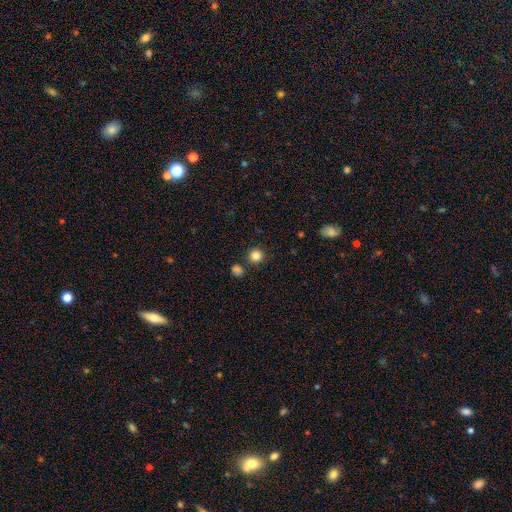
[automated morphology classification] This is clearly a smooth galaxy (83%). How rounded: clearly round (94%). Merging: clearly none (86%).